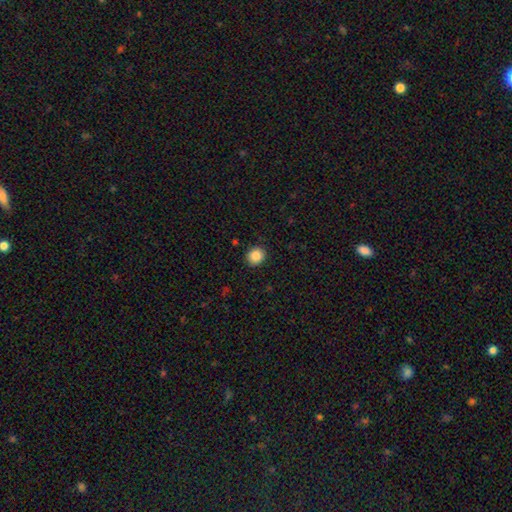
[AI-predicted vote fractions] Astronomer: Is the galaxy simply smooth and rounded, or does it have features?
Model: smooth — 87%.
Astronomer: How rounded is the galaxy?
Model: round — 84%.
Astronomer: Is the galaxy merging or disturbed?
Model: none — 91%.